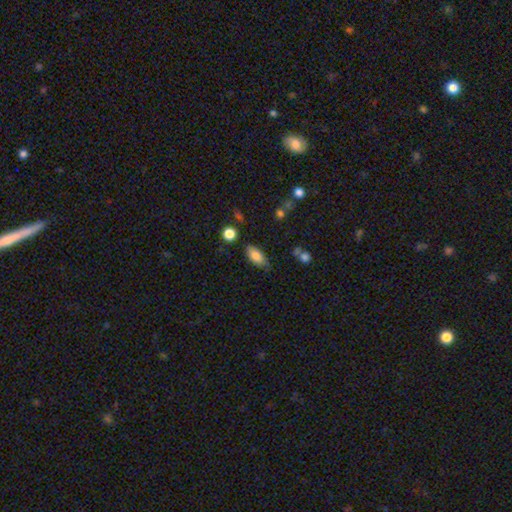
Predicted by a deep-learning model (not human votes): The model was most divided on "merging": none: 74%, minor disturbance: 19%, major disturbance: 4%, merger: 3%. More confident: how rounded — in between (90%); smooth or featured — smooth (83%).